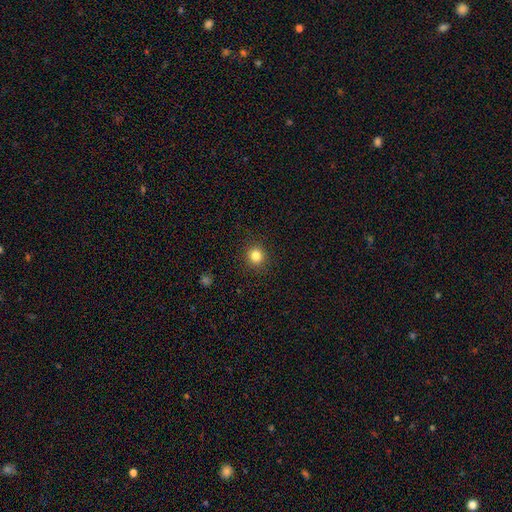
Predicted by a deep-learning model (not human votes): Smooth or featured?
  - smooth: 83% *
  - star or artifact: 12%
  - featured or disk: 5%
How rounded?
  - round: 93% *
  - in between: 6%
  - cigar-shaped: 1%
Merging?
  - none: 92% *
  - minor disturbance: 5%
  - major disturbance: 2%
  - merger: 1%